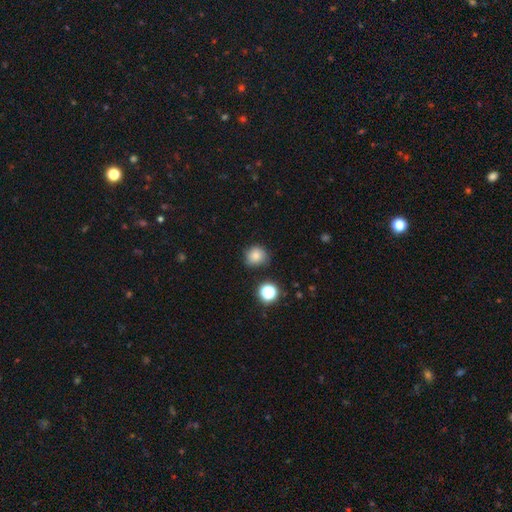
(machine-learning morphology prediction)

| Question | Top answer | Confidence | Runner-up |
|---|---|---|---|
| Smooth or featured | smooth | 79% | star or artifact (14%) |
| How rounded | round | 86% | in between (13%) |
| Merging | none | 76% | minor disturbance (17%) |